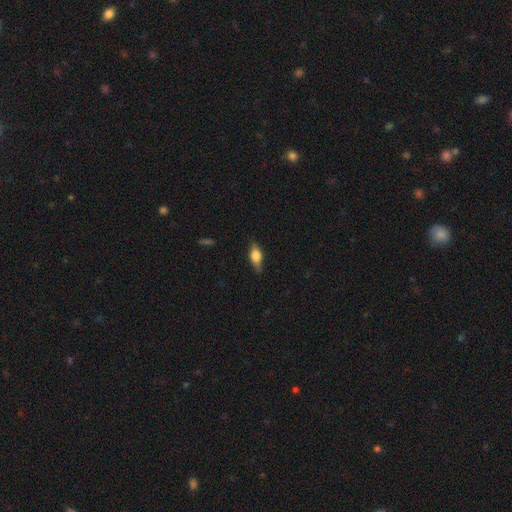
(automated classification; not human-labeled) featured or disk 48%, smooth 44%, star or artifact 8%. Down the decision tree: merging — none (78%).